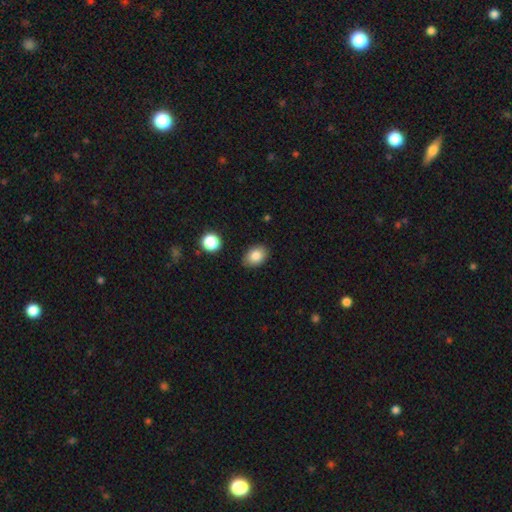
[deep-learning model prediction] A smooth galaxy with no disk features (84%) that is in between round and cigar-shaped (73%). Merging: none (85%).